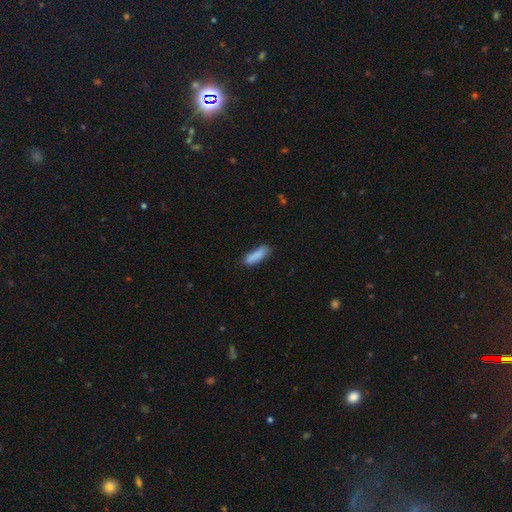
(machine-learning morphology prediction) Overall: smooth (87%). How rounded: in between (50%; cigar-shaped 48%). Merging: none (72%).